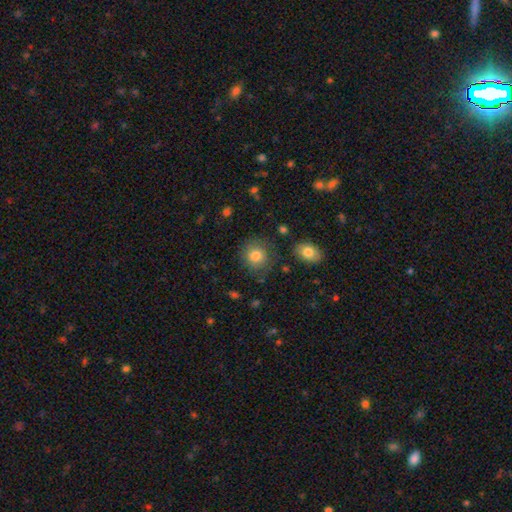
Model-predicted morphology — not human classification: This appears to be a smooth galaxy with no disk features (82%) that is round (81%). Merging: none (80%).